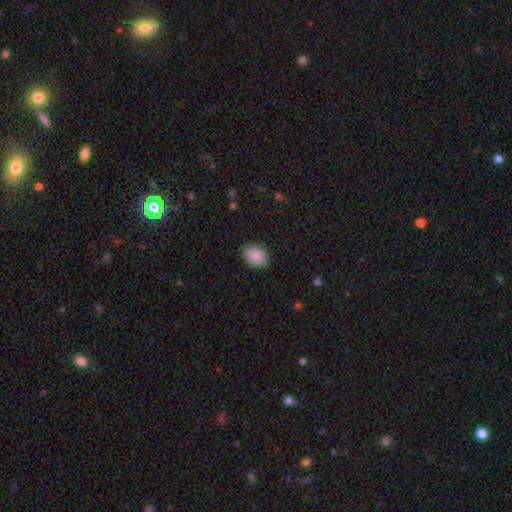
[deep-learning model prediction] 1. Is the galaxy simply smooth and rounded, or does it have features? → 89% smooth, 7% star or artifact, 4% featured or disk.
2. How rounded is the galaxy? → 74% in between, 25% round, 1% cigar-shaped.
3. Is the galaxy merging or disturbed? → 85% none, 11% minor disturbance, 2% major disturbance, 1% merger.